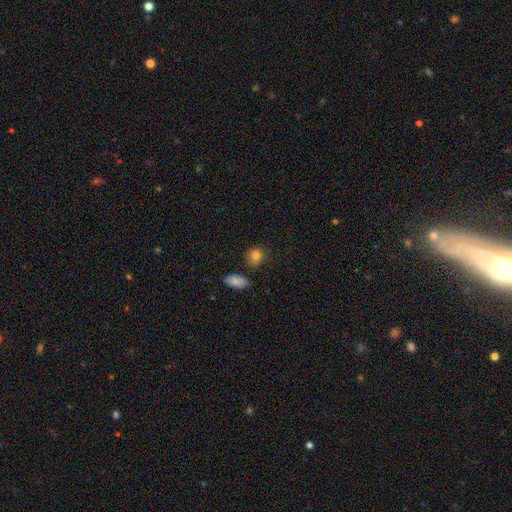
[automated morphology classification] Smooth or featured? smooth (85%)
How rounded? round (77%)
Merging? none (78%)